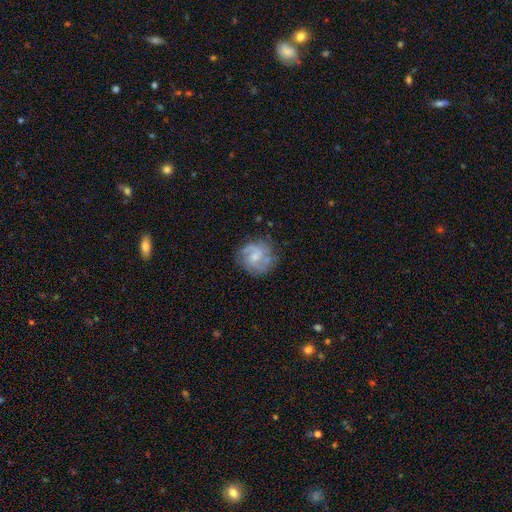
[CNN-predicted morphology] type=featured or disk (70%); edge-on=no (98%); bar=no (62%); spiral arms=yes (87%); winding=medium (43%); arm count=2 (47%); bulge=small (45%); merging=none (70%).